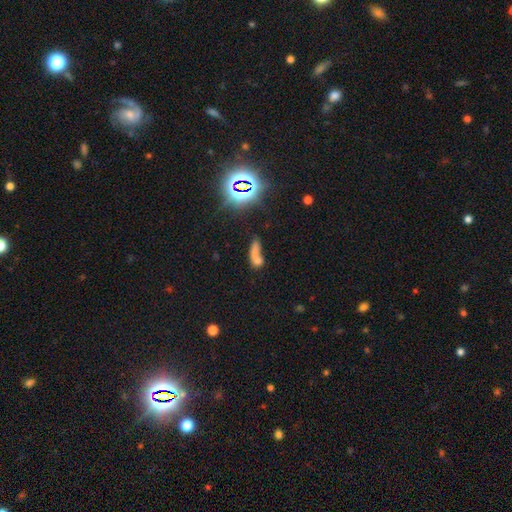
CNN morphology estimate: Smooth or featured: smooth — 57% (star or artifact — 23%)
How rounded: in between — 56% (cigar-shaped — 24%)
Merging: merger — 53% (none — 25%)